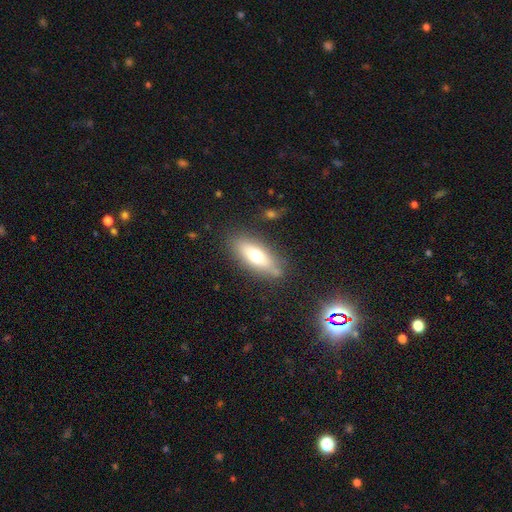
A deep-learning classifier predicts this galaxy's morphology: smooth-or-featured: smooth: 63% | featured or disk: 29% | star or artifact: 8%
  how-rounded: in between: 66% | cigar-shaped: 31% | round: 3%
  merging: none: 79% | minor disturbance: 14% | major disturbance: 4% | merger: 3%